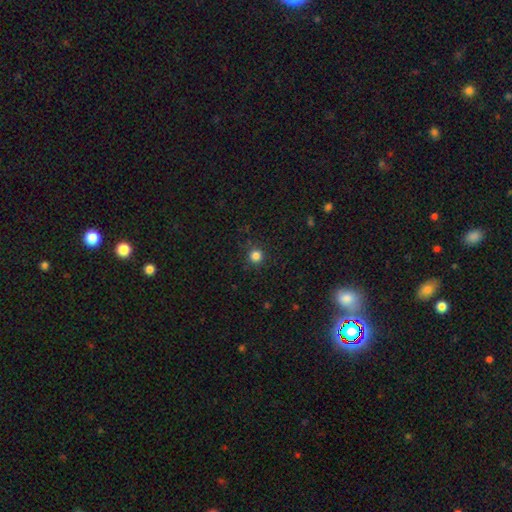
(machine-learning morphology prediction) Smooth or featured? smooth (83%)
How rounded? round (95%)
Merging? none (91%)